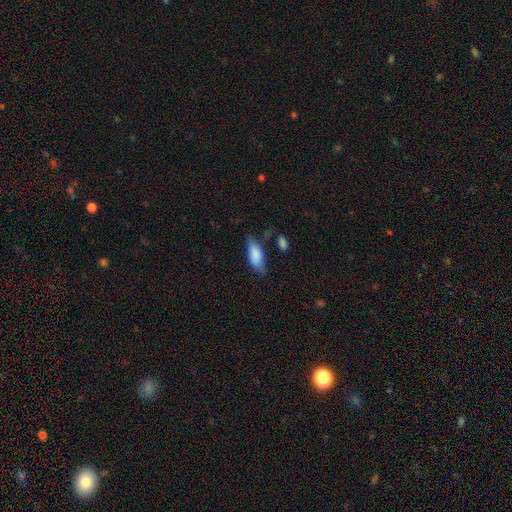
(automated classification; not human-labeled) This is clearly a smooth galaxy (83%). How rounded: clearly in between (82%). Merging: possibly none (58%).